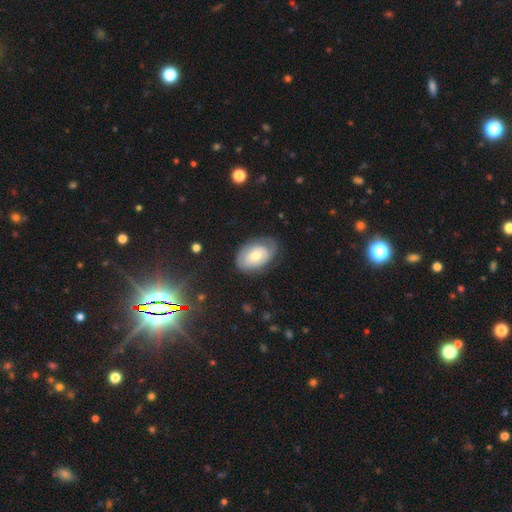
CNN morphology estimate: The model was most divided on "smooth or featured": smooth: 49%, featured or disk: 45%, star or artifact: 7%. More confident: merging — none (67%).